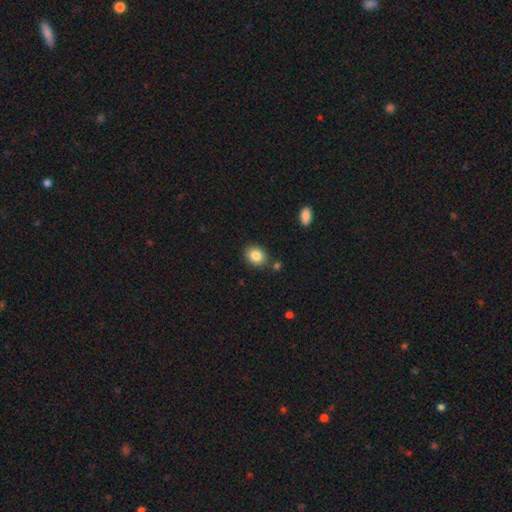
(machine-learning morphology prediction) Smooth or featured? Predicted: smooth (p=0.85). How rounded? Predicted: round (p=0.51). Merging? Predicted: none (p=0.82).